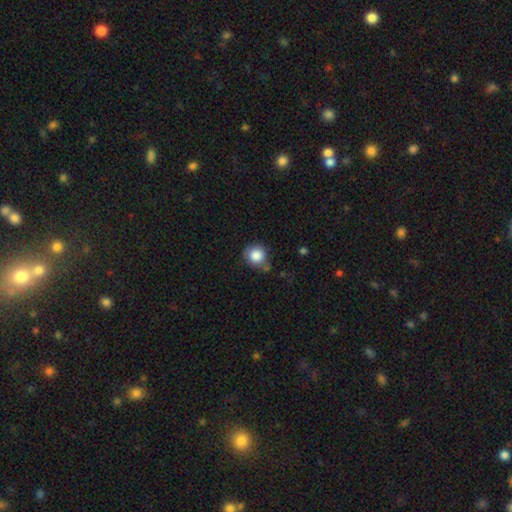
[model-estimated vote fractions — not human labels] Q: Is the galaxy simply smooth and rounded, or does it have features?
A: smooth — 85%.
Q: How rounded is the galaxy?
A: round — 88%.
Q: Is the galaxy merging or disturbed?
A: none — 65%.